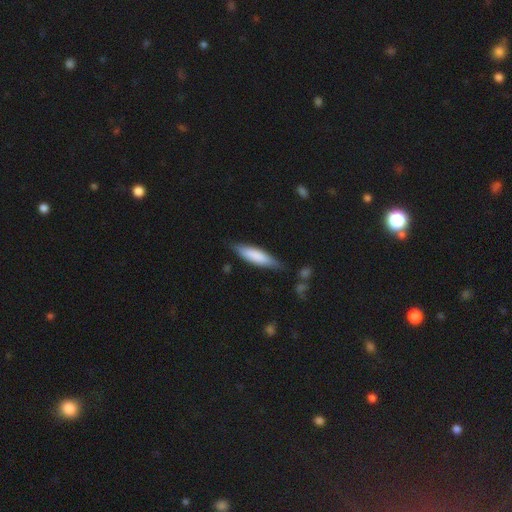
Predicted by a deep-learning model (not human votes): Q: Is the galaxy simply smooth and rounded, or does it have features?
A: smooth — 78%.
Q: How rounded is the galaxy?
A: cigar-shaped — 68%.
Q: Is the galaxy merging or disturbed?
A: none — 80%.